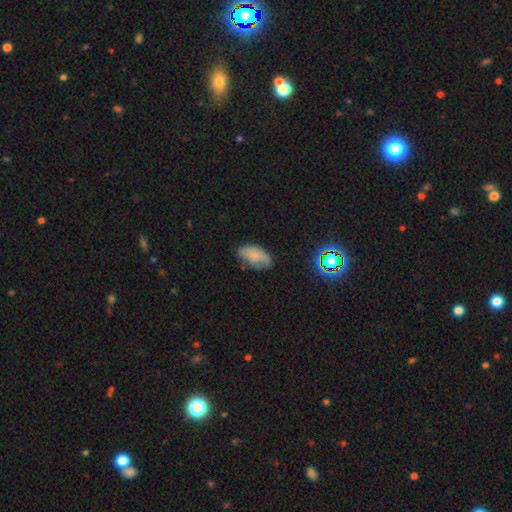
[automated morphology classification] smooth 74%, featured or disk 15%, star or artifact 11%. Down the decision tree: how rounded — in between (93%); merging — none (65%).